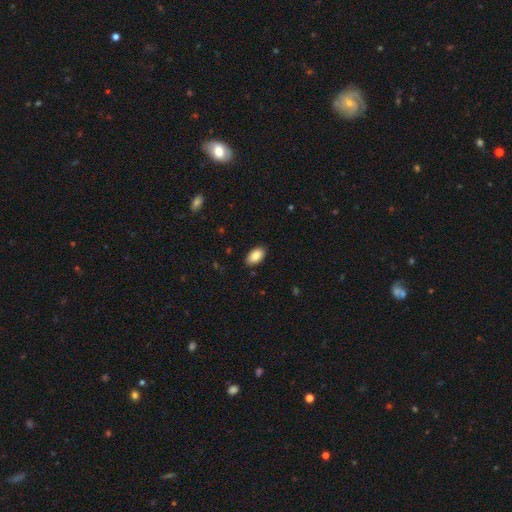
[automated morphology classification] A smooth galaxy with no disk features (87%) that is in between round and cigar-shaped (94%). Merging: none (87%).